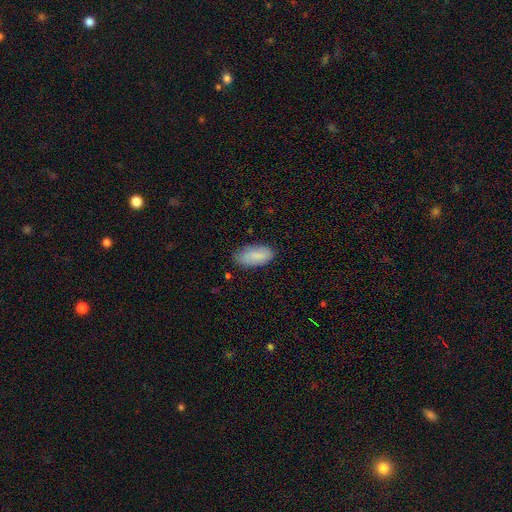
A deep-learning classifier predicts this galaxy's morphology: Smooth or featured?
  - smooth: 85% *
  - featured or disk: 9%
  - star or artifact: 6%
How rounded?
  - in between: 92% *
  - cigar-shaped: 6%
  - round: 2%
Merging?
  - none: 76% *
  - minor disturbance: 19%
  - major disturbance: 3%
  - merger: 1%